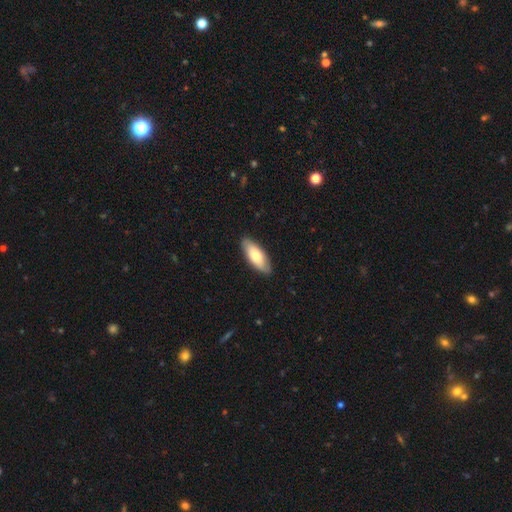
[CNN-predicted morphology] Overall: smooth (74%). How rounded: in between (78%). Merging: none (87%).